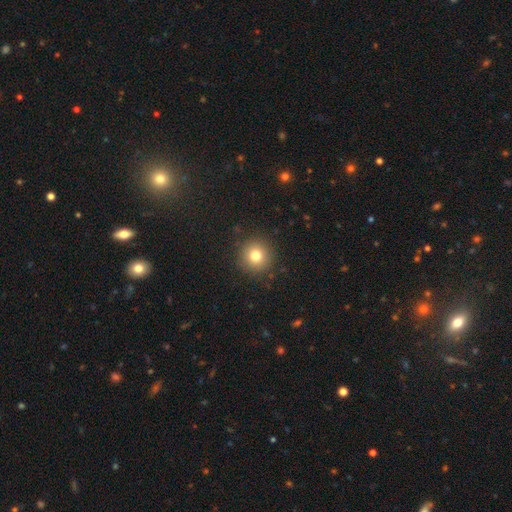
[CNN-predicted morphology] This is likely a smooth galaxy (79%). How rounded: clearly round (94%). Merging: clearly none (90%).